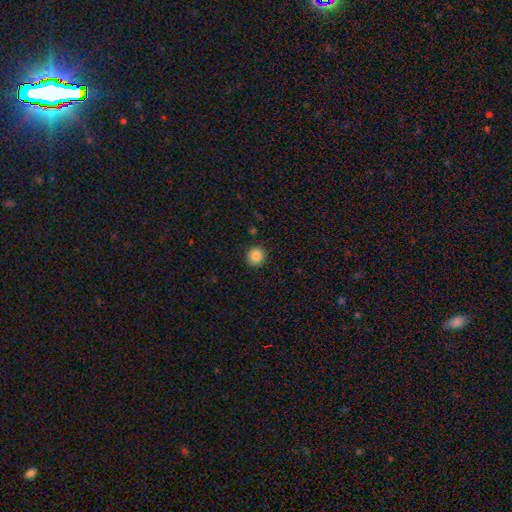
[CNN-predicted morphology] Smooth or featured: smooth — 86% (star or artifact — 9%)
How rounded: round — 90% (in between — 9%)
Merging: none — 91% (minor disturbance — 6%)